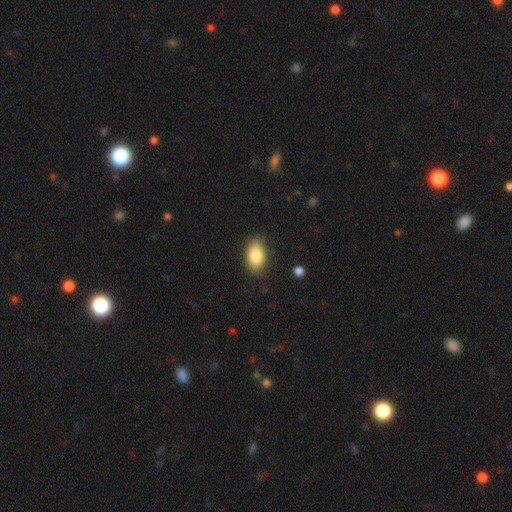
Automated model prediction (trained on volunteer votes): smooth 83%, featured or disk 10%, star or artifact 7%. Down the decision tree: how rounded — in between (91%); merging — none (85%).